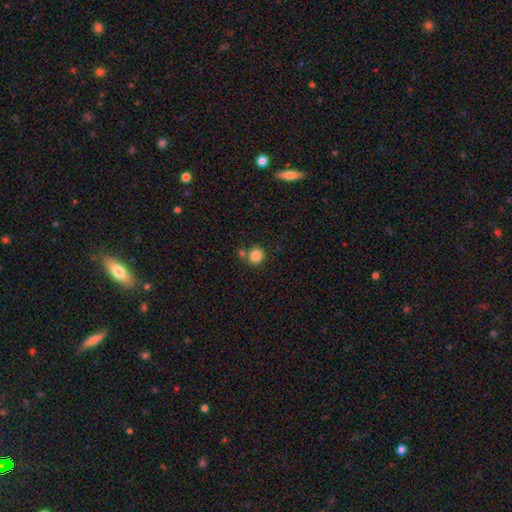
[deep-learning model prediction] smooth_or_featured: smooth (p=0.84) [alt: star or artifact p=0.10]
how_rounded: round (p=0.88) [alt: in between p=0.11]
merging: none (p=0.69) [alt: merger p=0.18]